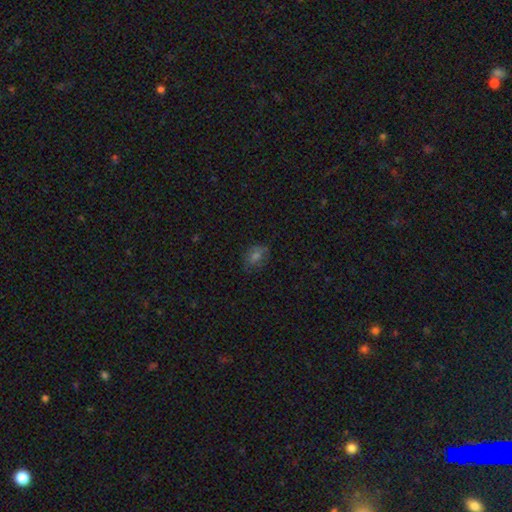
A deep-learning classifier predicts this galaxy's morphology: Smooth or featured: smooth — 58% (star or artifact — 25%)
How rounded: in between — 54% (round — 44%)
Merging: none — 75% (minor disturbance — 18%)